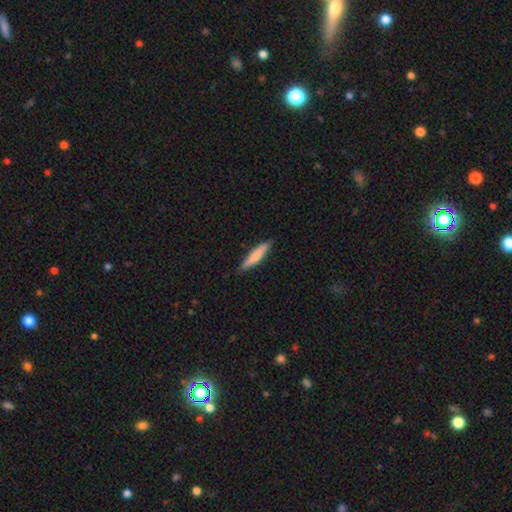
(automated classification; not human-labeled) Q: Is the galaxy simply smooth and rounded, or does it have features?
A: smooth — 75%.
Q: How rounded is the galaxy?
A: cigar-shaped — 86%.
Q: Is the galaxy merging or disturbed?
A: none — 86%.